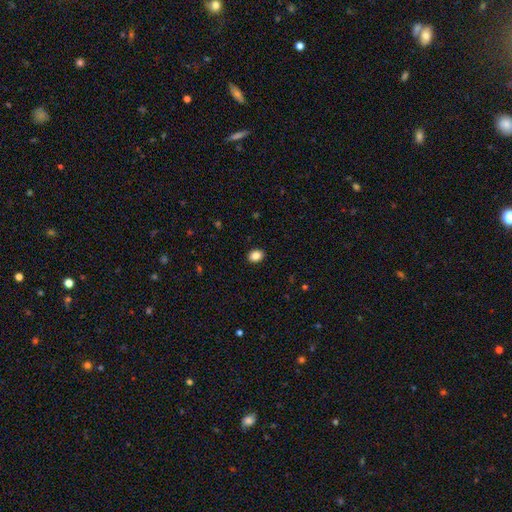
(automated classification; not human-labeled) Smooth or featured? smooth (86%)
How rounded? in between (65%)
Merging? none (91%)